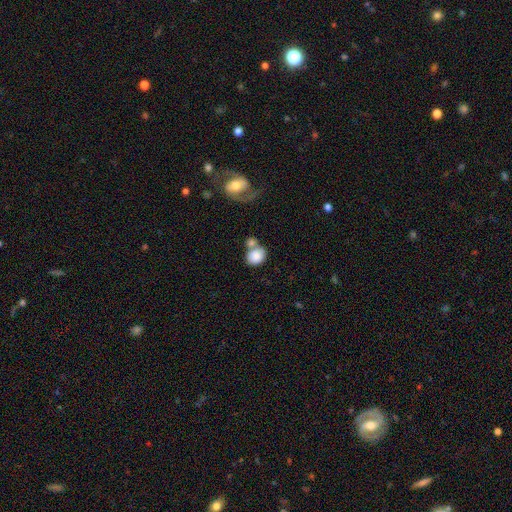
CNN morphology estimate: Smooth or featured?
  - smooth: 83% *
  - featured or disk: 10%
  - star or artifact: 7%
How rounded?
  - round: 60% *
  - in between: 39%
  - cigar-shaped: 1%
Merging?
  - merger: 42% *
  - none: 39%
  - minor disturbance: 12%
  - major disturbance: 7%